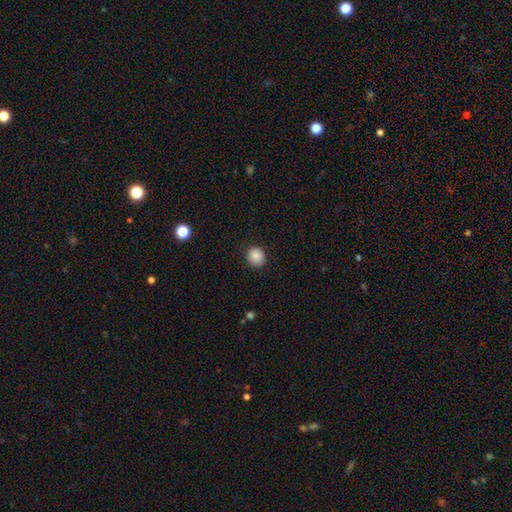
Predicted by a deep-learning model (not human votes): This appears to be a smooth galaxy with no disk features (86%) that is round (83%). Merging: none (87%).